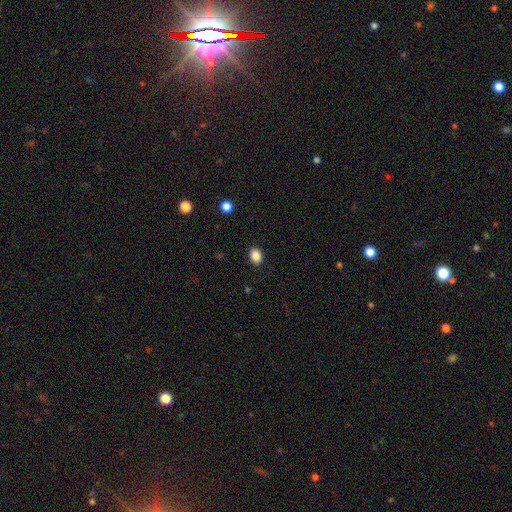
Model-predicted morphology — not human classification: A smooth galaxy with no disk features (88%) that is in between round and cigar-shaped (68%).

Vote fractions:
- Smooth or featured? smooth: 88% / star or artifact: 9% / featured or disk: 3%
- How rounded? in between: 68% / round: 31% / cigar-shaped: 1%
- Merging? none: 89% / minor disturbance: 8% / major disturbance: 2% / merger: 1%